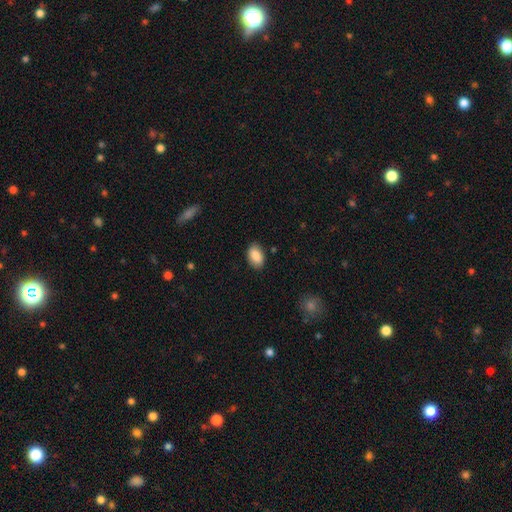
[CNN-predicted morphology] Smooth or featured: smooth — 87% (star or artifact — 7%)
How rounded: in between — 90% (round — 9%)
Merging: none — 86% (minor disturbance — 11%)